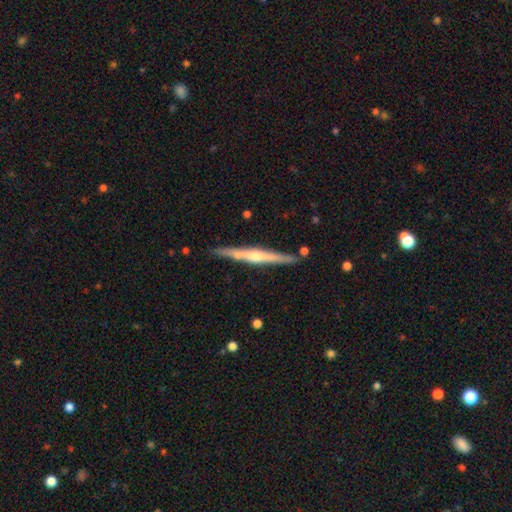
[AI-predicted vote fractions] The model was most divided on "smooth or featured": featured or disk: 67%, smooth: 28%, star or artifact: 5%. More confident: edge-on disk — yes (98%); merging — none (85%); edge-on bulge — rounded (63%).